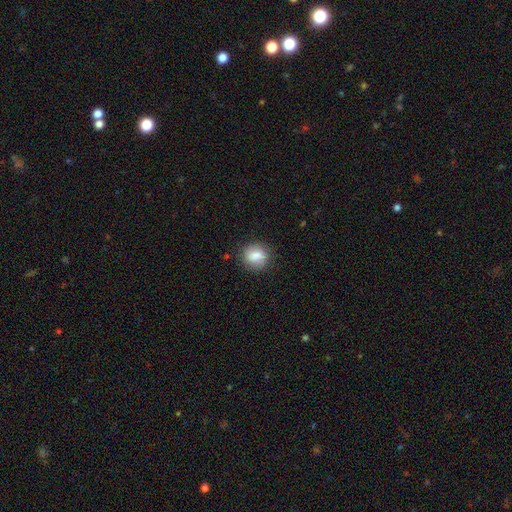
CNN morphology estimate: Smooth or featured? Predicted: smooth (p=0.78). How rounded? Predicted: round (p=0.75). Merging? Predicted: none (p=0.84).